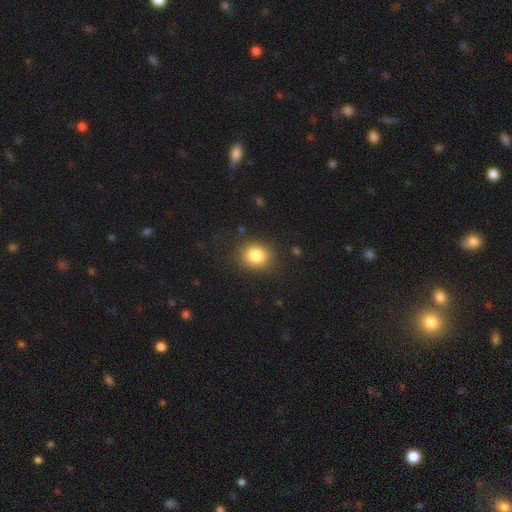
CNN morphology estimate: A smooth galaxy with no disk features (83%) that is round (66%).

Vote fractions:
- Smooth or featured? smooth: 83% / star or artifact: 10% / featured or disk: 7%
- How rounded? round: 66% / in between: 33% / cigar-shaped: 1%
- Merging? none: 85% / minor disturbance: 10% / major disturbance: 4% / merger: 1%